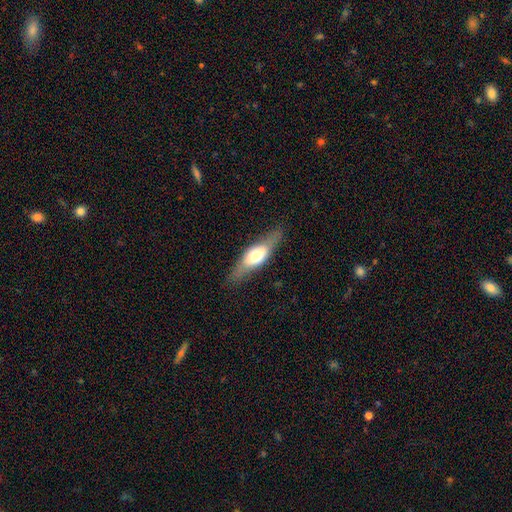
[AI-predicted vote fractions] The model was most divided on "smooth or featured": featured or disk: 48%, smooth: 45%, star or artifact: 6%. More confident: merging — none (81%).